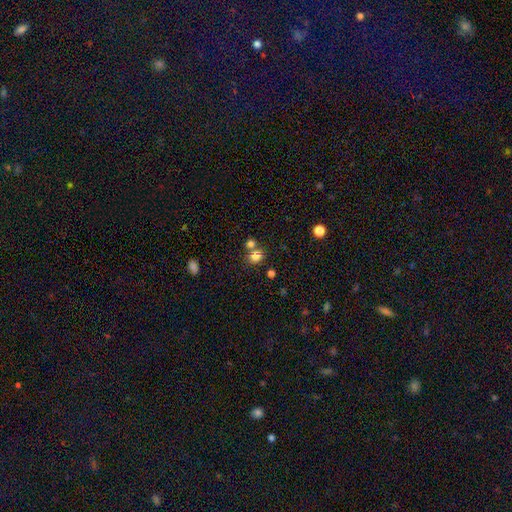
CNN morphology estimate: This is clearly a smooth galaxy (80%). How rounded: likely round (75%). Merging: possibly none (59%).